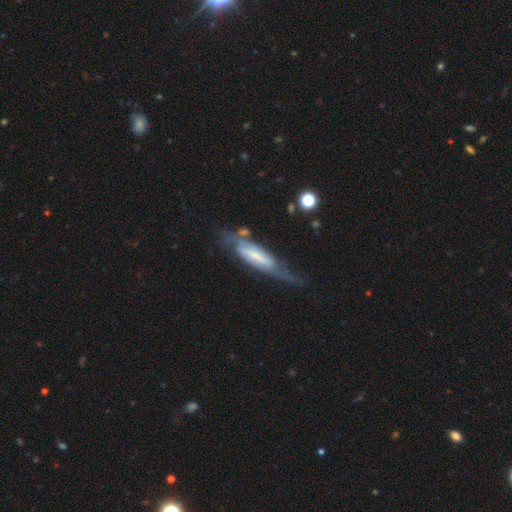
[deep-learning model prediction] featured or disk 67%, smooth 27%, star or artifact 6%. Down the decision tree: edge-on disk — no (59%); merging — none (42%).